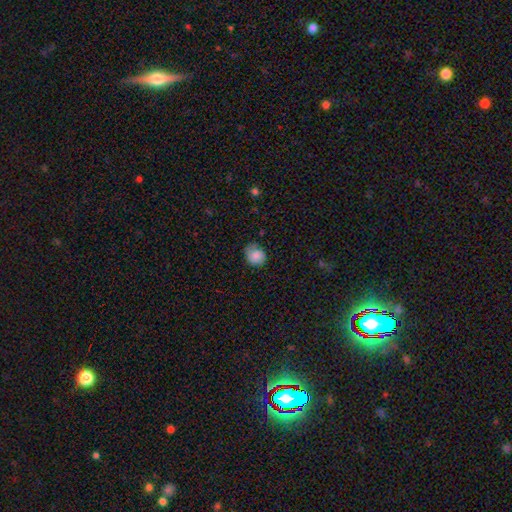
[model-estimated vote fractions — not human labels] This is clearly a smooth galaxy (82%). How rounded: likely round (75%). Merging: likely none (62%).